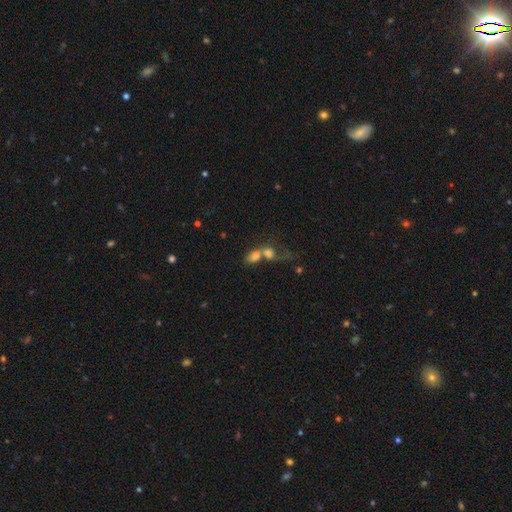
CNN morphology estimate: The model was most divided on "how rounded": in between: 66%, round: 31%, cigar-shaped: 3%. More confident: merging — merger (72%); smooth or featured — smooth (68%).